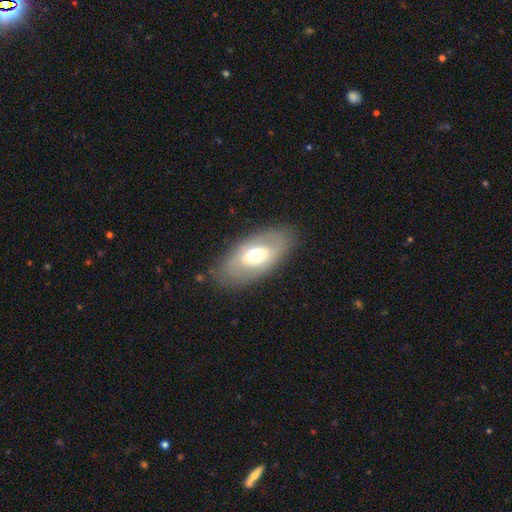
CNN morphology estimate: Smooth or featured? smooth (52%)
How rounded? in between (91%)
Merging? none (81%)